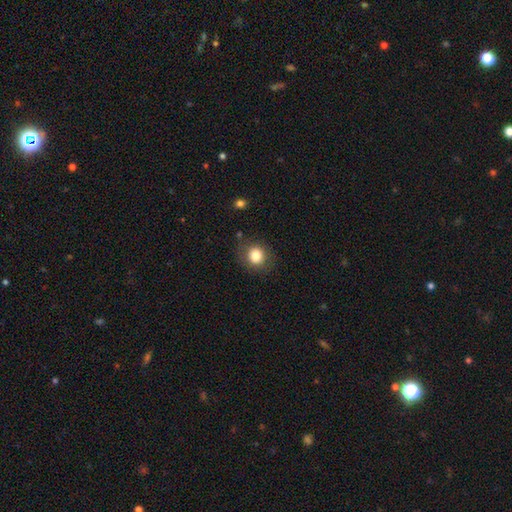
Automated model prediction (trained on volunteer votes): Smooth or featured? smooth (81%)
How rounded? round (79%)
Merging? none (81%)